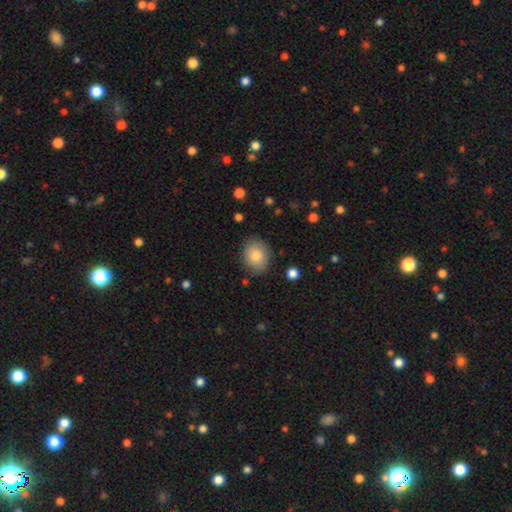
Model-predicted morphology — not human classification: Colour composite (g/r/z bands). It shows a smooth galaxy with no disk features (80%) that is round (53%). Merging: none (82%).